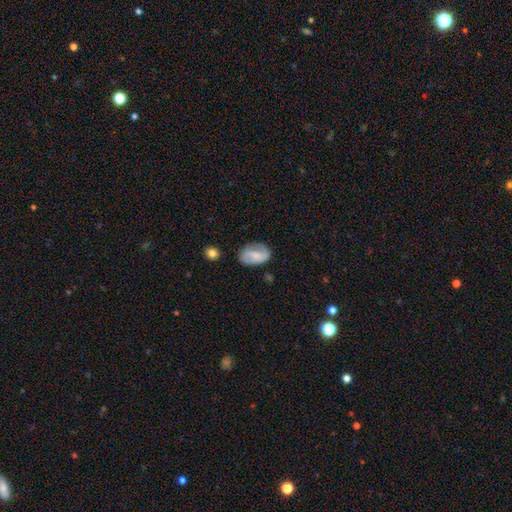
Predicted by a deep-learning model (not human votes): The model was most divided on "smooth or featured": smooth: 55%, featured or disk: 38%, star or artifact: 8%. More confident: how rounded — in between (87%); merging — none (63%).